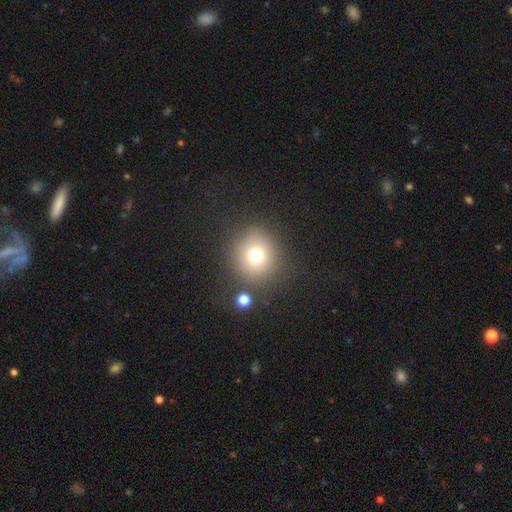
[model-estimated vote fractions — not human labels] Morphology: type=smooth (73%); roundness=round (89%); merging=none (83%).